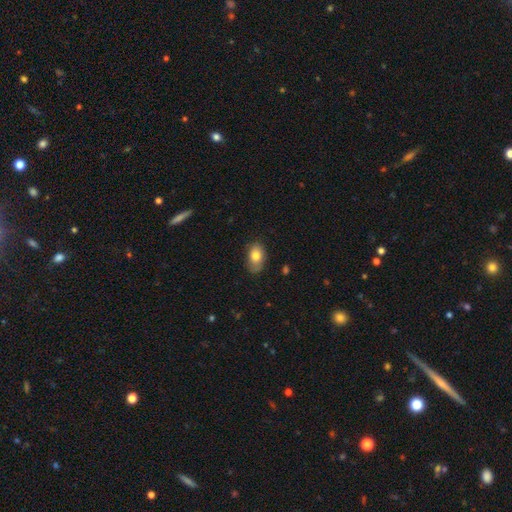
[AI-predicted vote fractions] Smooth or featured?
  - smooth: 78% *
  - featured or disk: 14%
  - star or artifact: 8%
How rounded?
  - in between: 89% *
  - round: 10%
  - cigar-shaped: 2%
Merging?
  - none: 72% *
  - minor disturbance: 22%
  - major disturbance: 5%
  - merger: 1%